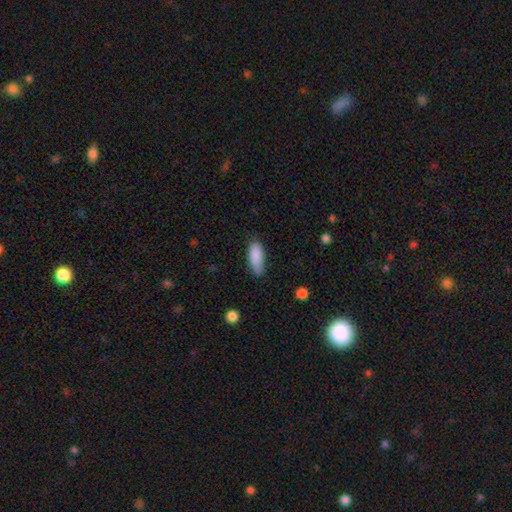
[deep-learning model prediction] A smooth galaxy with no disk features (87%) that is in between round and cigar-shaped (75%).

Vote fractions:
- Smooth or featured? smooth: 87% / star or artifact: 7% / featured or disk: 6%
- How rounded? in between: 75% / cigar-shaped: 23% / round: 2%
- Merging? none: 64% / minor disturbance: 29% / major disturbance: 5% / merger: 2%